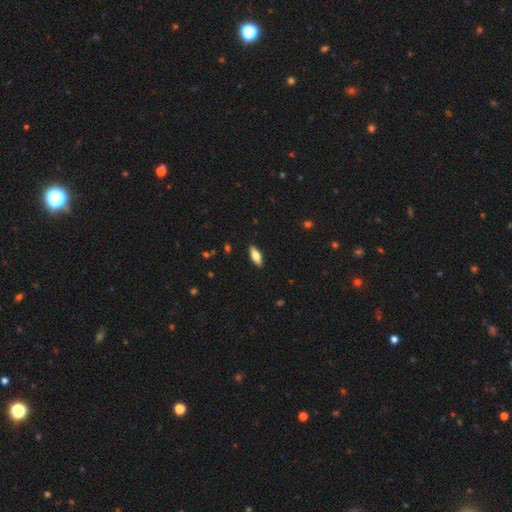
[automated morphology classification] Smooth or featured?
  - smooth: 70% *
  - featured or disk: 24%
  - star or artifact: 6%
How rounded?
  - in between: 70% *
  - cigar-shaped: 28%
  - round: 2%
Merging?
  - none: 89% *
  - minor disturbance: 8%
  - major disturbance: 2%
  - merger: 1%